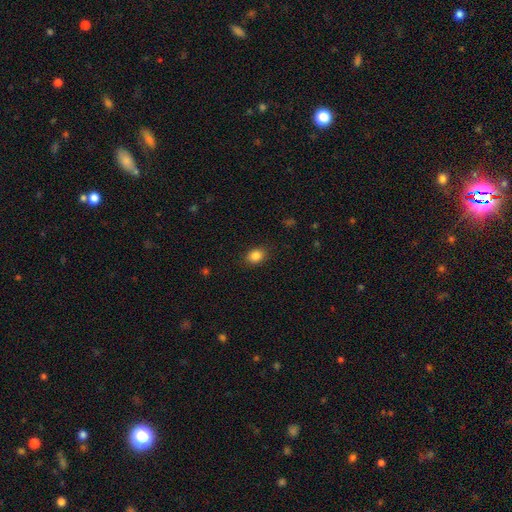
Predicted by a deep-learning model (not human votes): Overall: smooth (85%). How rounded: in between (60%; round 39%). Merging: none (88%).